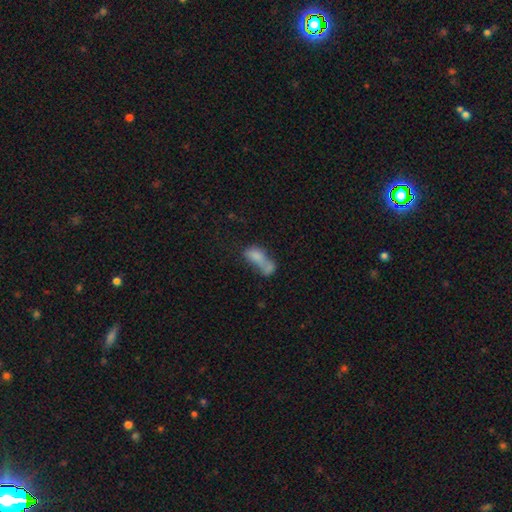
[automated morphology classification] smooth-or-featured: smooth: 68% | featured or disk: 21% | star or artifact: 11%
  how-rounded: in between: 76% | cigar-shaped: 15% | round: 9%
  merging: merger: 62% | none: 16% | major disturbance: 12% | minor disturbance: 10%